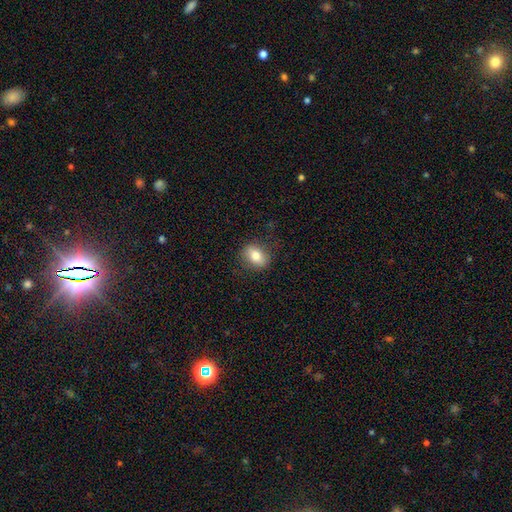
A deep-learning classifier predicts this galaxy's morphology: A smooth galaxy with no disk features (79%) that is in between round and cigar-shaped (74%).

Vote fractions:
- Smooth or featured? smooth: 79% / featured or disk: 13% / star or artifact: 8%
- How rounded? in between: 74% / round: 23% / cigar-shaped: 2%
- Merging? none: 83% / minor disturbance: 13% / major disturbance: 4% / merger: 1%